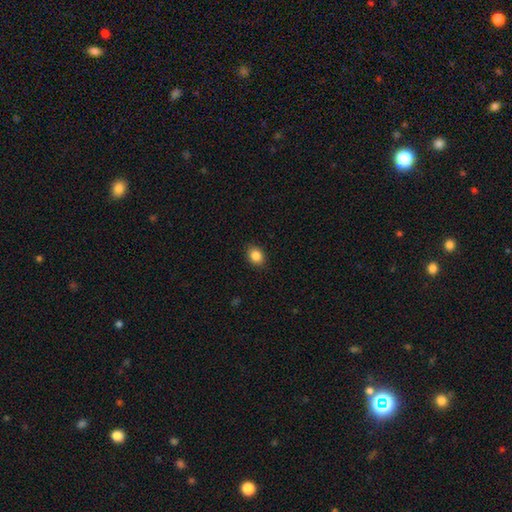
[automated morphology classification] smooth_or_featured: smooth (p=0.86) [alt: star or artifact p=0.09]
how_rounded: in between (p=0.61) [alt: round p=0.38]
merging: none (p=0.89) [alt: minor disturbance p=0.08]